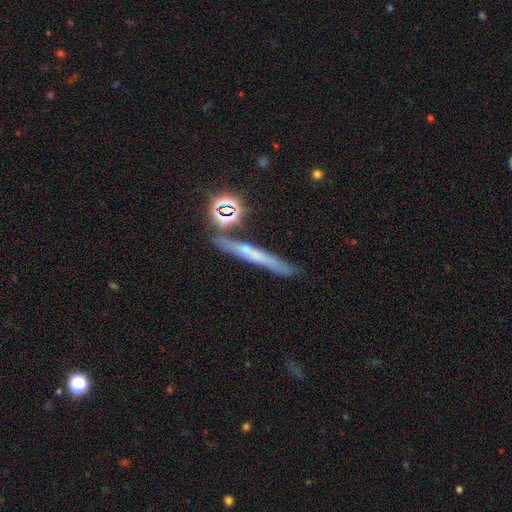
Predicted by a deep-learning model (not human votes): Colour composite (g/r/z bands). It shows a featured or disk galaxy (44%). Merging: none (77%).